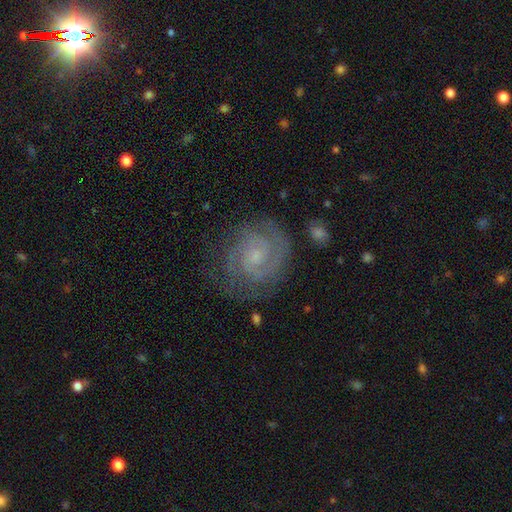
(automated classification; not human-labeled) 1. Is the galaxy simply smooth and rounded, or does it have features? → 86% featured or disk, 8% smooth, 6% star or artifact.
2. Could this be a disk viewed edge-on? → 98% no, 2% yes.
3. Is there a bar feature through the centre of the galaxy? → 60% no, 34% weak, 6% strong.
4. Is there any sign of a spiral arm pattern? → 97% yes, 3% no.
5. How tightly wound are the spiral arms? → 69% tight, 27% medium, 4% loose.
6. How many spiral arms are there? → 66% 2, 12% 3, 12% can't tell, 3% 4, 3% 1, 3% more than 4.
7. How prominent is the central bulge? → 66% small, 21% moderate, 10% none, 2% large, 1% dominant.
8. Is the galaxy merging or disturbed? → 77% none, 15% minor disturbance, 7% major disturbance, 1% merger.